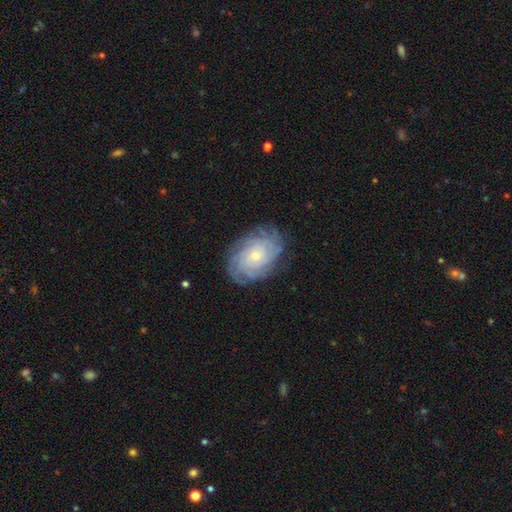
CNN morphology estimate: Q: Smooth or featured?
A: featured or disk (78%); runner-up: smooth (15%)
Q: Edge-on disk?
A: no (97%); runner-up: yes (3%)
Q: Bar?
A: no (81%); runner-up: weak (16%)
Q: Spiral arms?
A: yes (95%); runner-up: no (5%)
Q: Spiral winding?
A: tight (77%); runner-up: medium (18%)
Q: Spiral arm count?
A: can't tell (37%); runner-up: more than 4 (24%)
Q: Bulge size?
A: small (72%); runner-up: moderate (25%)
Q: Merging?
A: none (81%); runner-up: minor disturbance (13%)